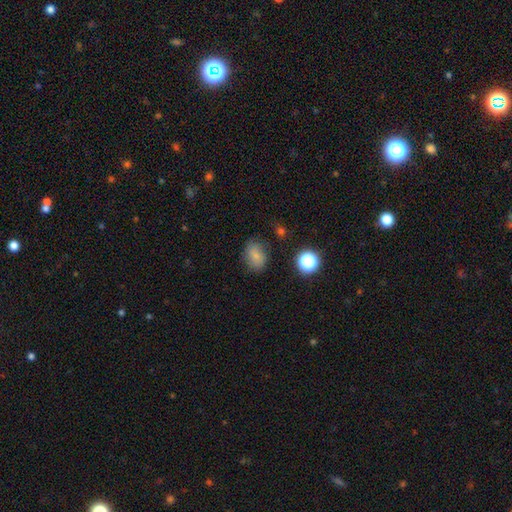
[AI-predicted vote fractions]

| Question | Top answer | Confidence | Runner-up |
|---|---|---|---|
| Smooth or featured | smooth | 78% | star or artifact (13%) |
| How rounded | in between | 71% | round (28%) |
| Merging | none | 77% | minor disturbance (16%) |